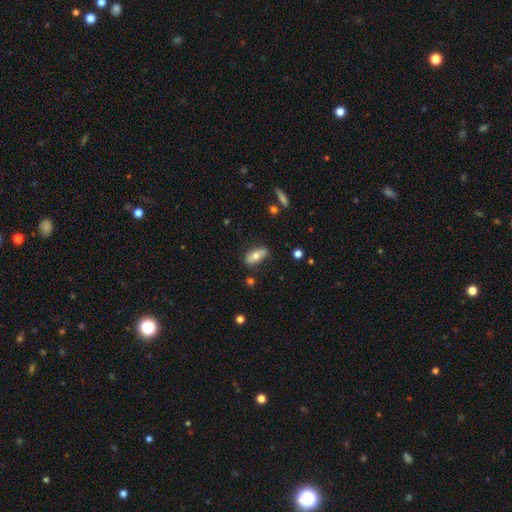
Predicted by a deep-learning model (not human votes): Smooth or featured?
  - smooth: 63% *
  - featured or disk: 30%
  - star or artifact: 7%
How rounded?
  - in between: 81% *
  - cigar-shaped: 15%
  - round: 4%
Merging?
  - none: 69% *
  - minor disturbance: 22%
  - major disturbance: 5%
  - merger: 3%